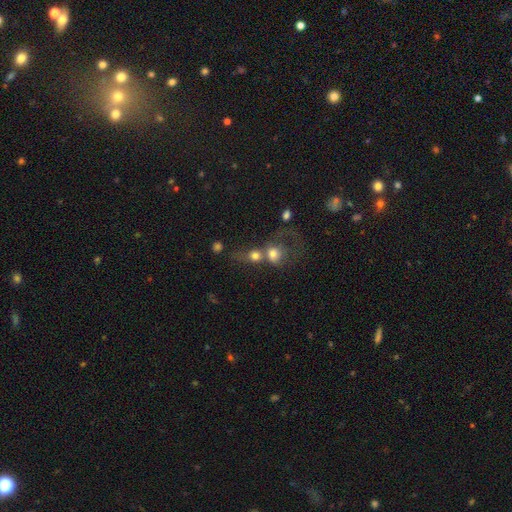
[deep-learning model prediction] Smooth or featured?
  - smooth: 64% *
  - featured or disk: 23%
  - star or artifact: 13%
How rounded?
  - round: 69% *
  - in between: 29%
  - cigar-shaped: 2%
Merging?
  - merger: 68% *
  - none: 15%
  - major disturbance: 11%
  - minor disturbance: 6%